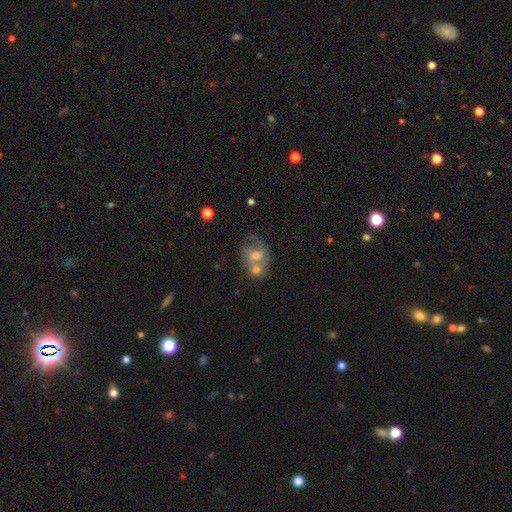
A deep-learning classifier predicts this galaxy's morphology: Smooth or featured? Predicted: featured or disk (p=0.45). Merging? Predicted: merger (p=0.51).